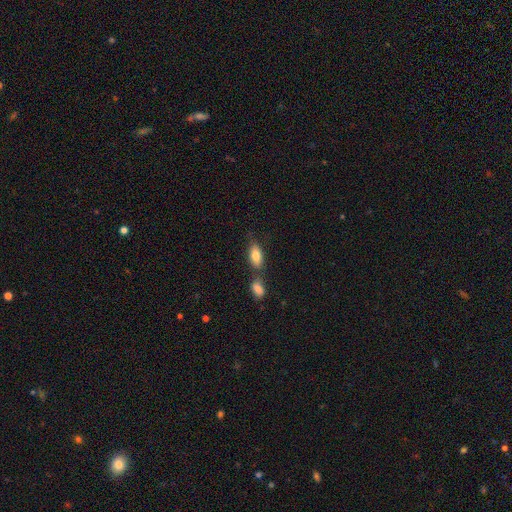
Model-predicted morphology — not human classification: smooth-or-featured: smooth: 78% | featured or disk: 15% | star or artifact: 7%
  how-rounded: in between: 86% | cigar-shaped: 11% | round: 3%
  merging: none: 57% | merger: 25% | minor disturbance: 14% | major disturbance: 4%